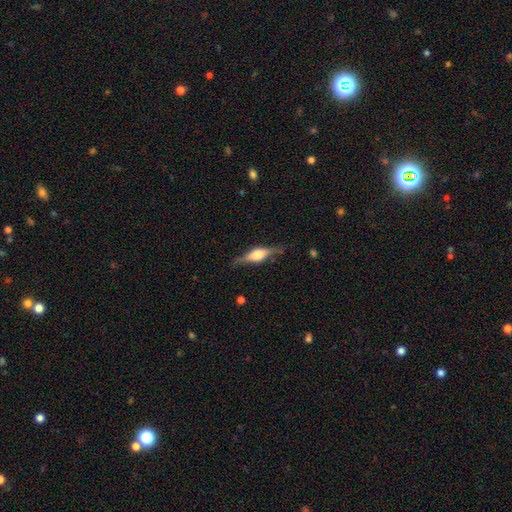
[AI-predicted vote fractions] The model was most divided on "smooth or featured": featured or disk: 68%, smooth: 25%, star or artifact: 6%. More confident: edge-on disk — yes (96%); edge-on bulge — rounded (84%); merging — none (80%).